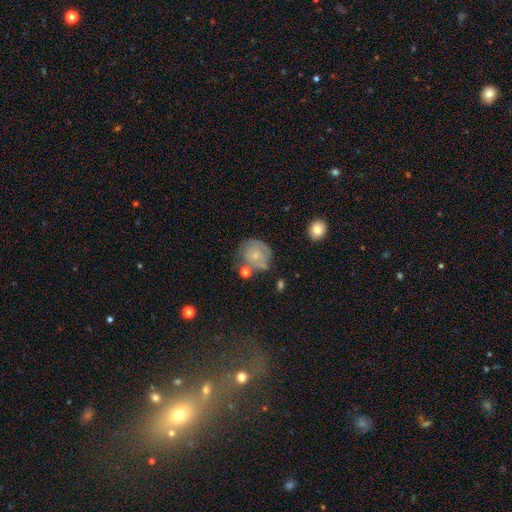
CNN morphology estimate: Smooth or featured? smooth (59%)
How rounded? round (83%)
Merging? none (52%)